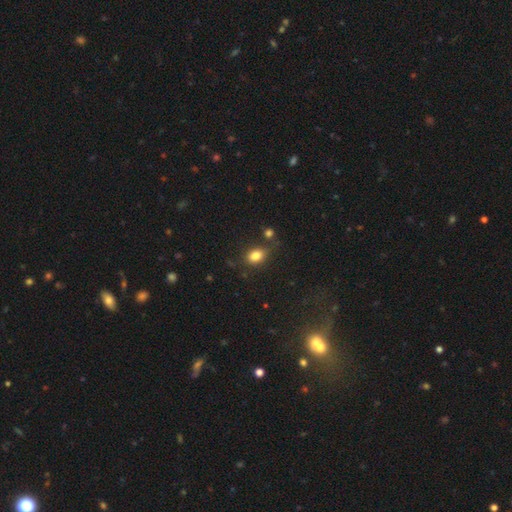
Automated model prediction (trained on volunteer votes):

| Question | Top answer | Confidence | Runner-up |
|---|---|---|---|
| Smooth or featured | smooth | 82% | star or artifact (11%) |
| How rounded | in between | 74% | round (24%) |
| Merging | none | 71% | minor disturbance (16%) |